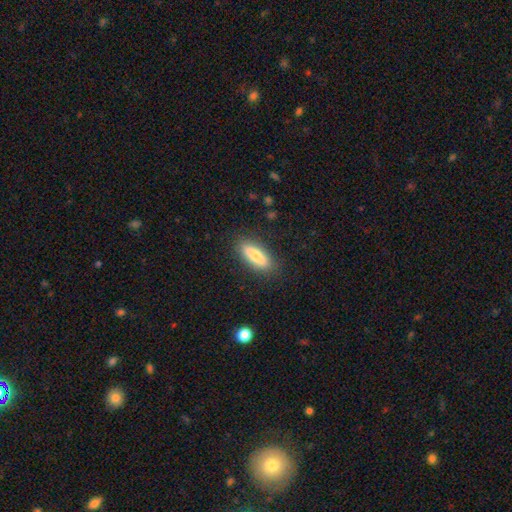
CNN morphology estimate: The model was most divided on "how rounded": in between: 51%, cigar-shaped: 46%, round: 2%. More confident: merging — none (87%); smooth or featured — smooth (74%).